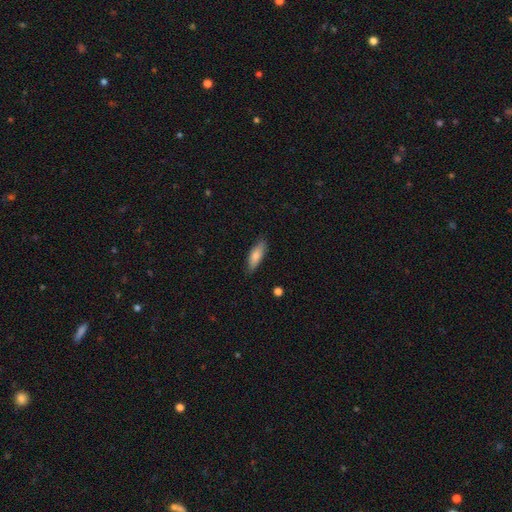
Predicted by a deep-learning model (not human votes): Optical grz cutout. It shows a smooth galaxy with no disk features (81%) that is in between round and cigar-shaped (54%). Merging: none (84%).